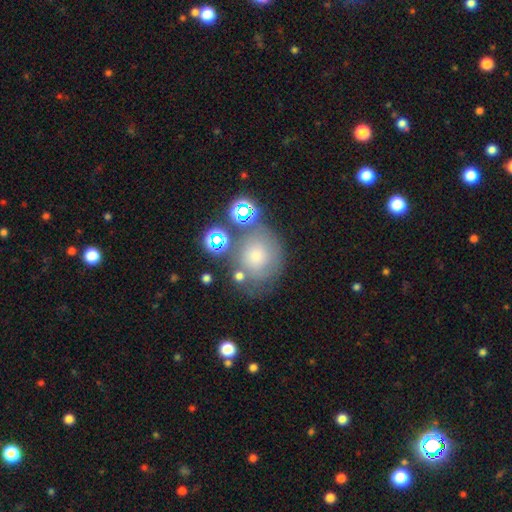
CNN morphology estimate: Smooth or featured?
  - smooth: 54% *
  - featured or disk: 26%
  - star or artifact: 19%
How rounded?
  - round: 66% *
  - in between: 33%
  - cigar-shaped: 1%
Merging?
  - none: 58% *
  - minor disturbance: 19%
  - merger: 12%
  - major disturbance: 10%